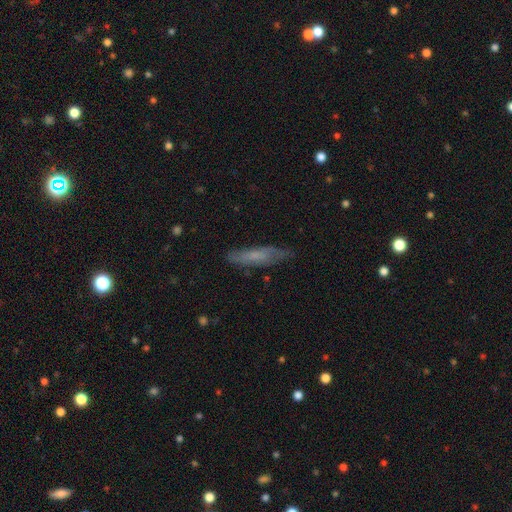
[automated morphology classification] Q: Smooth or featured?
A: smooth (55%); runner-up: featured or disk (37%)
Q: How rounded?
A: cigar-shaped (81%); runner-up: in between (18%)
Q: Merging?
A: none (73%); runner-up: minor disturbance (20%)